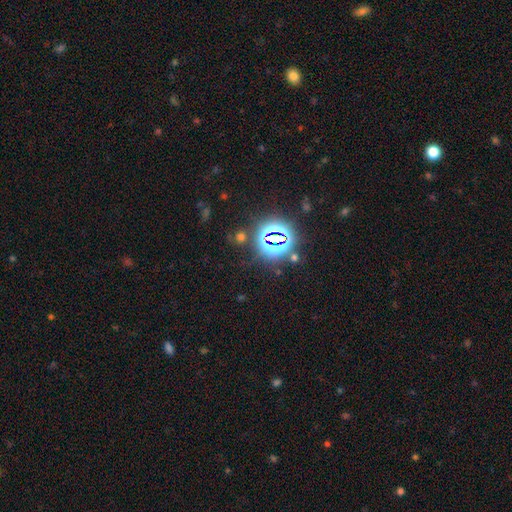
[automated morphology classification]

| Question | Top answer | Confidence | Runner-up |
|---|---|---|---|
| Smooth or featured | star or artifact | 85% | smooth (10%) |